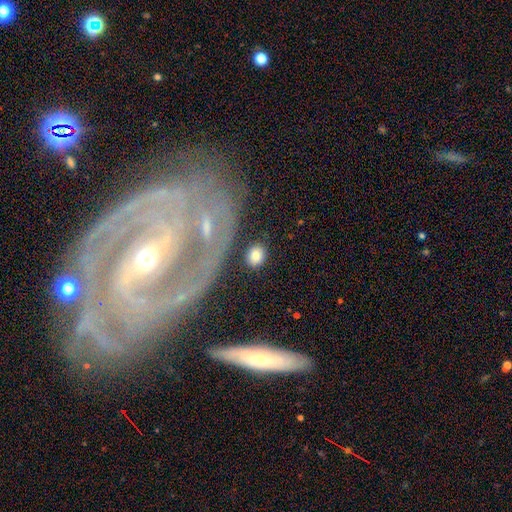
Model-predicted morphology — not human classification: smooth 80%, featured or disk 12%, star or artifact 8%. Down the decision tree: how rounded — round (55%); merging — none (82%).